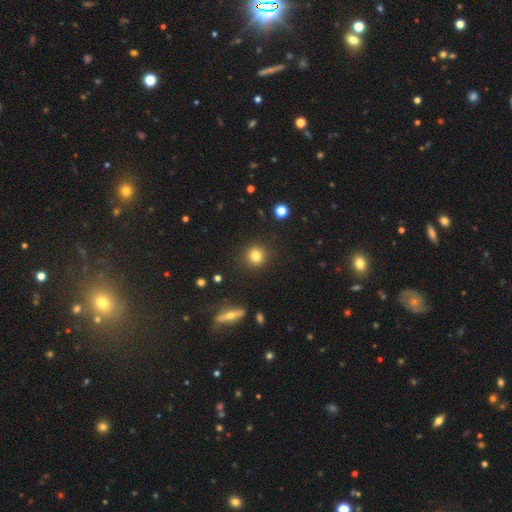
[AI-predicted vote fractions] Smooth or featured?
  - smooth: 80% *
  - star or artifact: 12%
  - featured or disk: 8%
How rounded?
  - round: 92% *
  - in between: 7%
  - cigar-shaped: 1%
Merging?
  - none: 90% *
  - minor disturbance: 6%
  - major disturbance: 2%
  - merger: 2%